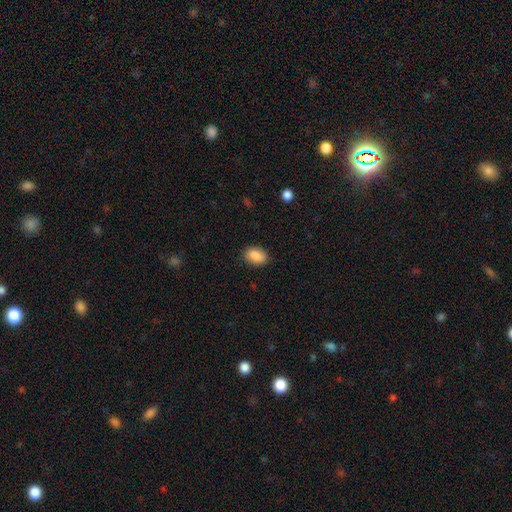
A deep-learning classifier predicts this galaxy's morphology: Smooth or featured? Predicted: smooth (p=0.89). How rounded? Predicted: in between (p=0.84). Merging? Predicted: none (p=0.88).